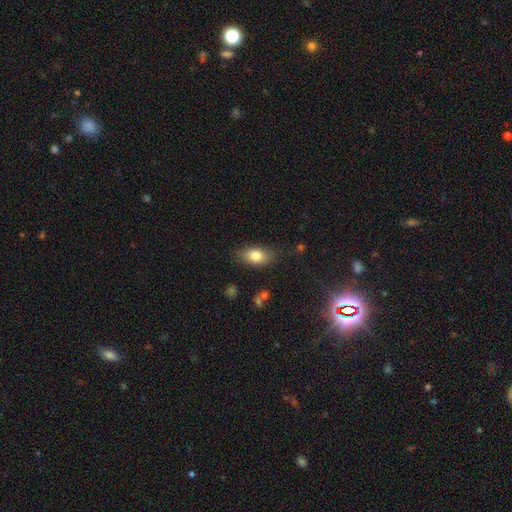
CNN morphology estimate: A smooth galaxy with no disk features (78%) that is in between round and cigar-shaped (85%). Merging: none (77%).